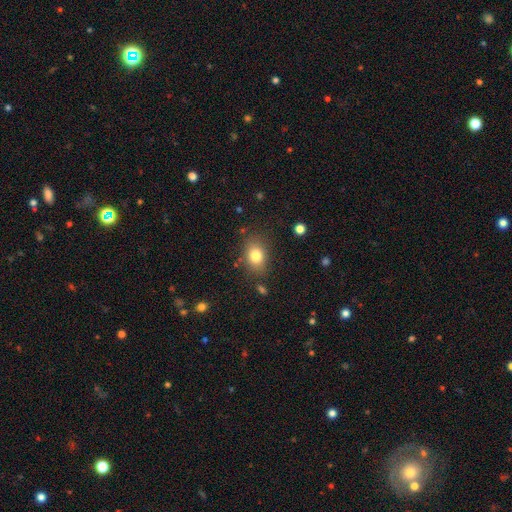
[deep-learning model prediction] Overall: smooth (81%). How rounded: in between (67%; round 31%). Merging: none (81%).